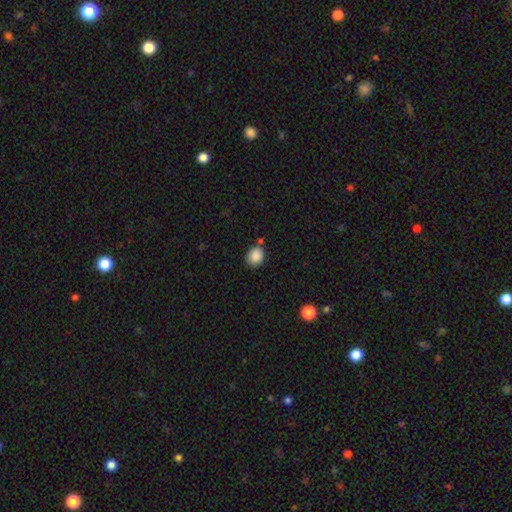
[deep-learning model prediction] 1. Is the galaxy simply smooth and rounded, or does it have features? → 88% smooth, 9% star or artifact, 3% featured or disk.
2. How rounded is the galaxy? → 63% round, 36% in between, 1% cigar-shaped.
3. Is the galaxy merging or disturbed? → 78% none, 13% minor disturbance, 6% merger, 3% major disturbance.